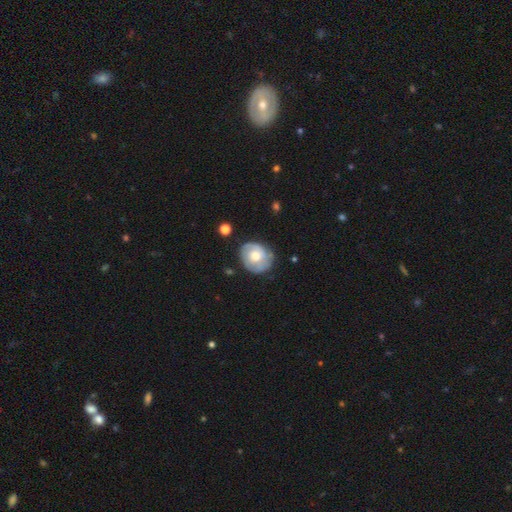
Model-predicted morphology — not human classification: Smooth or featured?
  - featured or disk: 58% *
  - smooth: 37%
  - star or artifact: 6%
Edge-on disk?
  - no: 97% *
  - yes: 3%
Bar?
  - no: 79% *
  - weak: 18%
  - strong: 3%
Spiral arms?
  - yes: 70% *
  - no: 30%
Bulge size?
  - moderate: 56% *
  - large: 30%
  - small: 10%
  - none: 2%
  - dominant: 2%
Merging?
  - none: 71% *
  - minor disturbance: 20%
  - major disturbance: 6%
  - merger: 2%